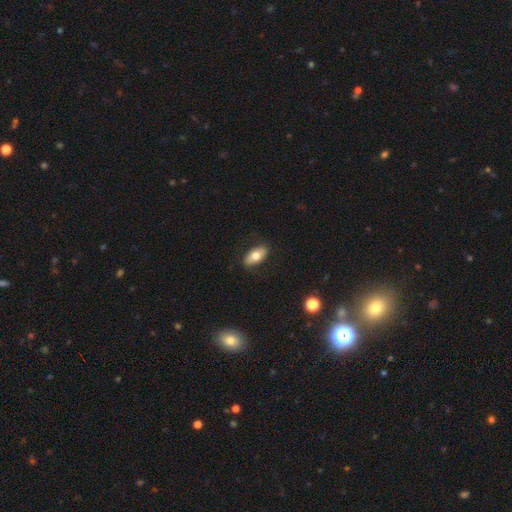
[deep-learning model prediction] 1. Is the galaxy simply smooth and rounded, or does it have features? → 71% smooth, 23% featured or disk, 7% star or artifact.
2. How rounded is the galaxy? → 89% in between, 7% cigar-shaped, 4% round.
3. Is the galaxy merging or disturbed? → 83% none, 13% minor disturbance, 4% major disturbance, 1% merger.